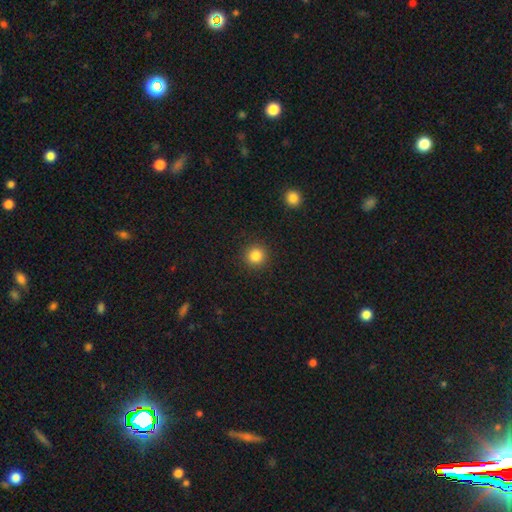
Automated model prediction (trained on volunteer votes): Smooth or featured?
  - smooth: 84% *
  - star or artifact: 11%
  - featured or disk: 5%
How rounded?
  - round: 94% *
  - in between: 5%
  - cigar-shaped: 1%
Merging?
  - none: 92% *
  - minor disturbance: 5%
  - major disturbance: 2%
  - merger: 1%